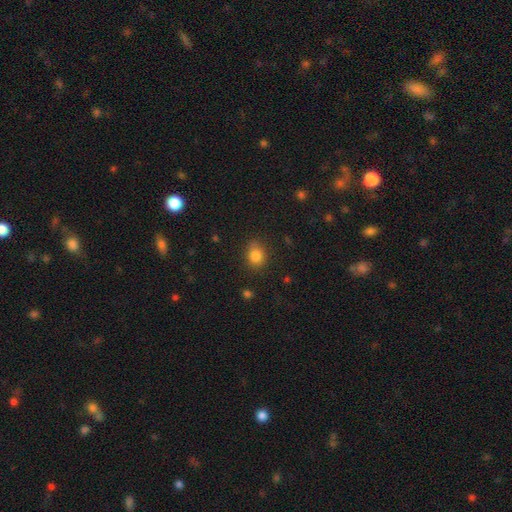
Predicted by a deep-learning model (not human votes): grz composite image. It shows a smooth galaxy with no disk features (83%) that is round (51%). Merging: none (76%).